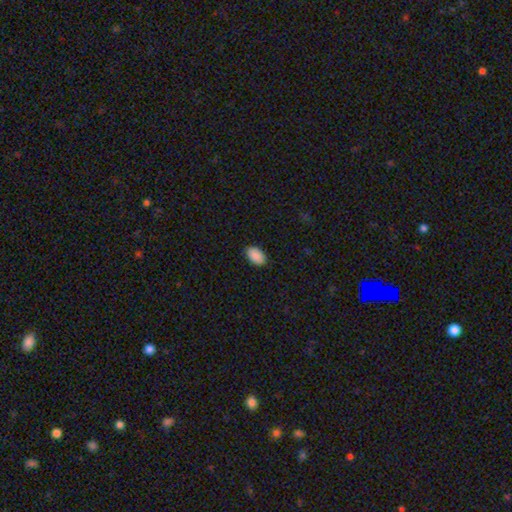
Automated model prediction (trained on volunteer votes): This is clearly a smooth galaxy (90%). How rounded: clearly in between (93%). Merging: clearly none (88%).